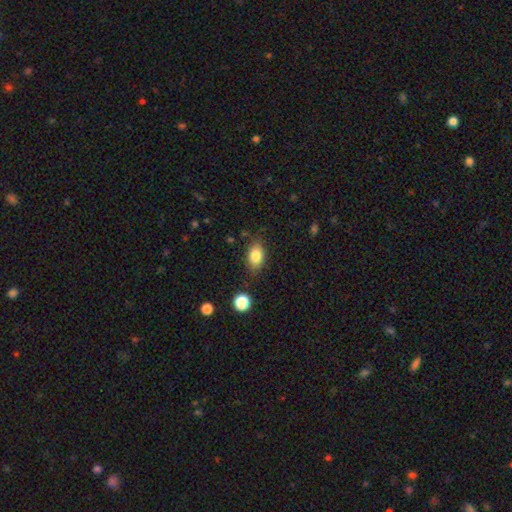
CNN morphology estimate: Smooth or featured: smooth — 83% (star or artifact — 9%)
How rounded: in between — 85% (round — 12%)
Merging: none — 80% (minor disturbance — 15%)